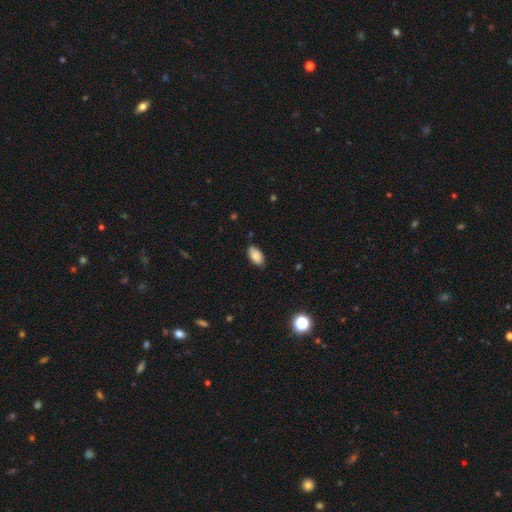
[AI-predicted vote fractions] The model was most divided on "merging": none: 80%, minor disturbance: 16%, major disturbance: 3%, merger: 1%. More confident: how rounded — in between (95%); smooth or featured — smooth (88%).